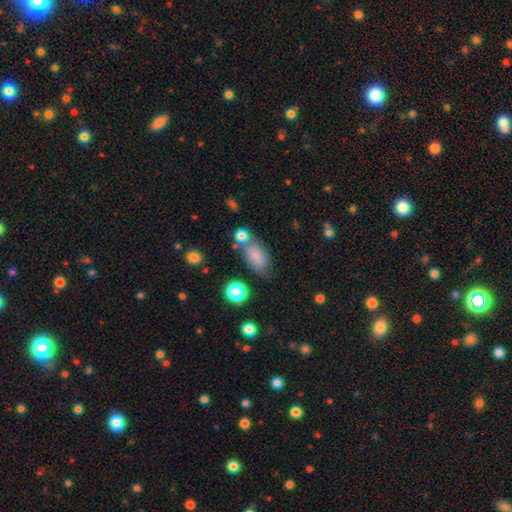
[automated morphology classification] smooth 79%, featured or disk 11%, star or artifact 11%. Down the decision tree: how rounded — in between (88%); merging — none (55%).